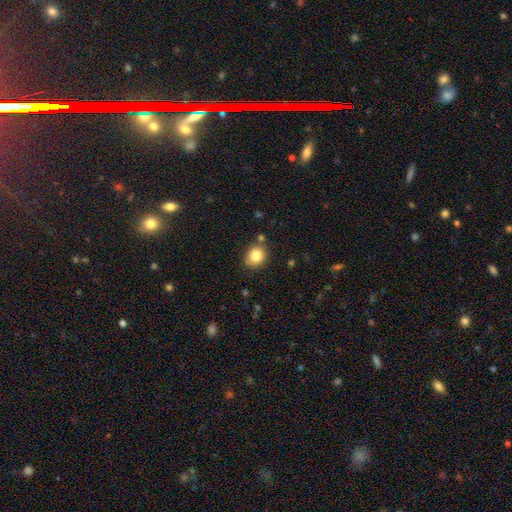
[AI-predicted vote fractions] Smooth or featured? Predicted: smooth (p=0.84). How rounded? Predicted: round (p=0.63). Merging? Predicted: none (p=0.82).